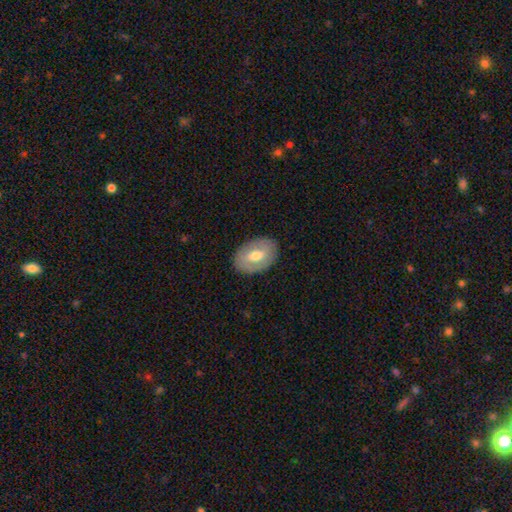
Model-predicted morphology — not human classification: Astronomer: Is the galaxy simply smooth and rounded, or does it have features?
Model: smooth — 49% (runner-up: featured or disk, 45%).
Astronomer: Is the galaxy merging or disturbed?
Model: none — 86%.